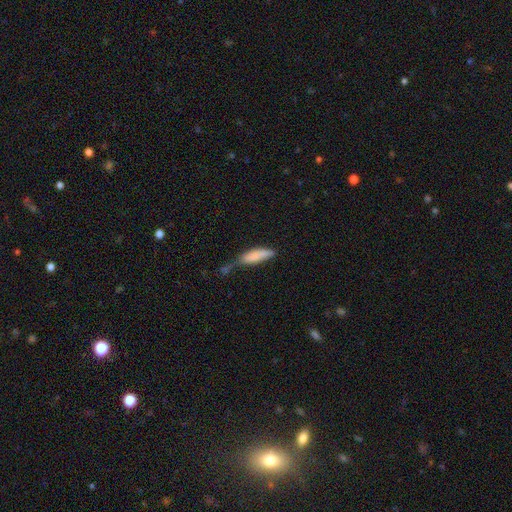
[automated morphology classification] Smooth or featured?
  - smooth: 79% *
  - featured or disk: 14%
  - star or artifact: 7%
How rounded?
  - cigar-shaped: 56% *
  - in between: 42%
  - round: 2%
Merging?
  - minor disturbance: 34% *
  - none: 30%
  - major disturbance: 19%
  - merger: 18%